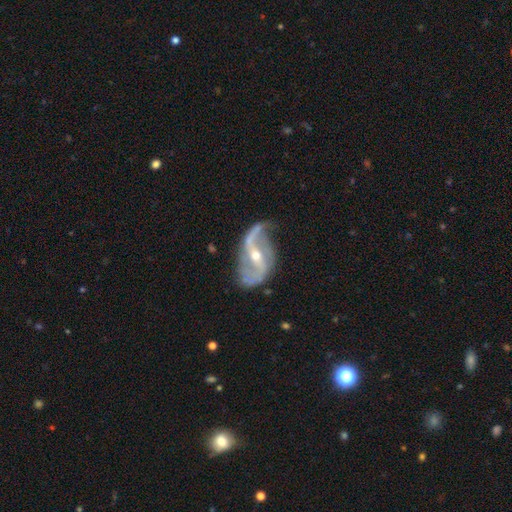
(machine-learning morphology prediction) This appears to be a featured or disk galaxy (89%) with a strong bar (39%, tied with weak), 2 (84%) loose (67%) spiral arms (93%) and a moderate central bulge (53%). Merging: none (52%).